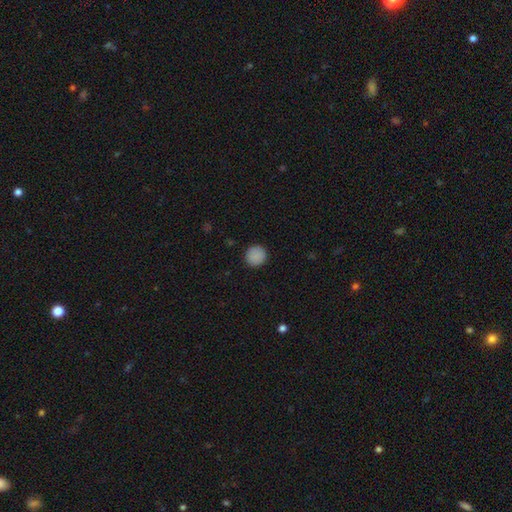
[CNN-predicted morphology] Overall: smooth (88%). How rounded: round (94%). Merging: none (92%).